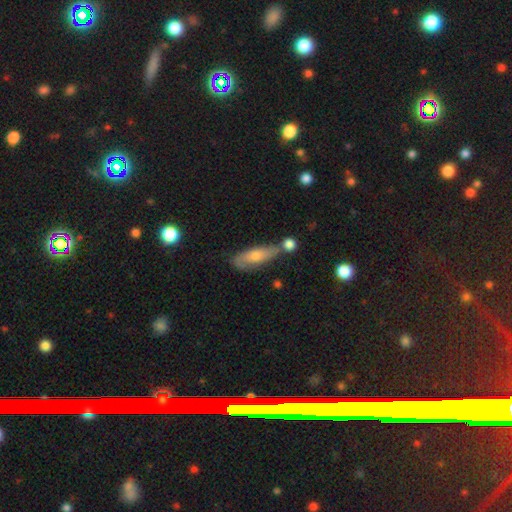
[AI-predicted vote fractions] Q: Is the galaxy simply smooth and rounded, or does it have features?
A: smooth — 59%.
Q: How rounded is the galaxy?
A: in between — 56%.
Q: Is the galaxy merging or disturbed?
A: none — 53%.